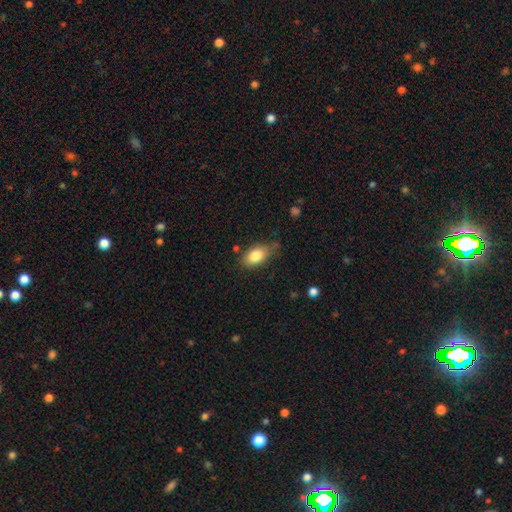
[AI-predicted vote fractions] Smooth or featured? smooth (83%)
How rounded? in between (90%)
Merging? none (70%)